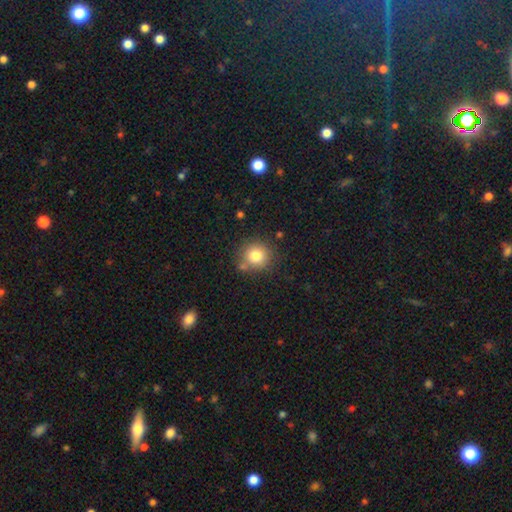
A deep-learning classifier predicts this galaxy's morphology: A smooth galaxy with no disk features (79%) that is round (90%). Merging: none (76%).